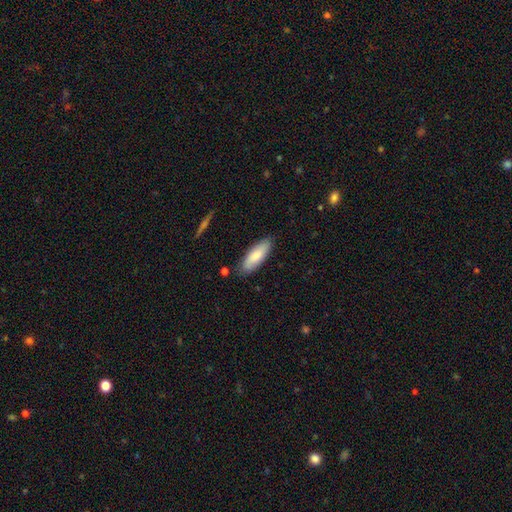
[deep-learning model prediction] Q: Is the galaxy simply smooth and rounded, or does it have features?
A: smooth — 81%.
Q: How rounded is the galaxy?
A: in between — 65%.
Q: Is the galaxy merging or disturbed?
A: none — 83%.